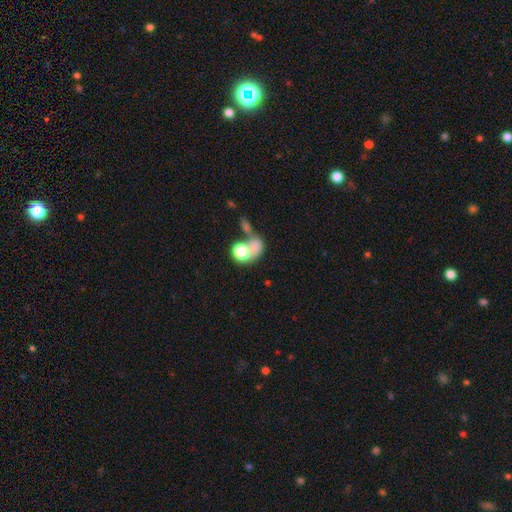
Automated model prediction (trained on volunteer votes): Q: Smooth or featured?
A: smooth (50%); runner-up: star or artifact (25%)
Q: Merging?
A: merger (42%); runner-up: none (30%)